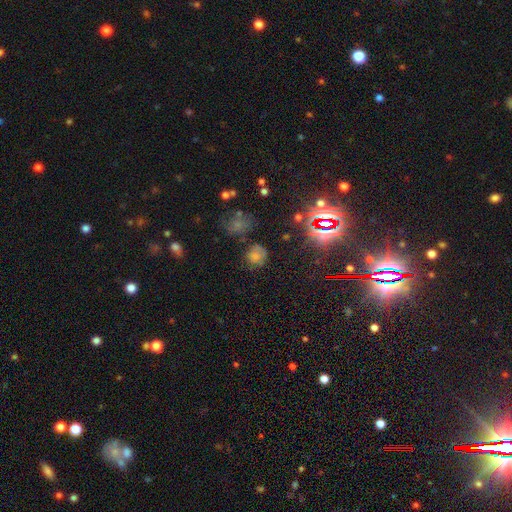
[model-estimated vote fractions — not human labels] Q: Smooth or featured?
A: smooth (64%); runner-up: star or artifact (24%)
Q: How rounded?
A: round (84%); runner-up: in between (15%)
Q: Merging?
A: none (70%); runner-up: minor disturbance (18%)